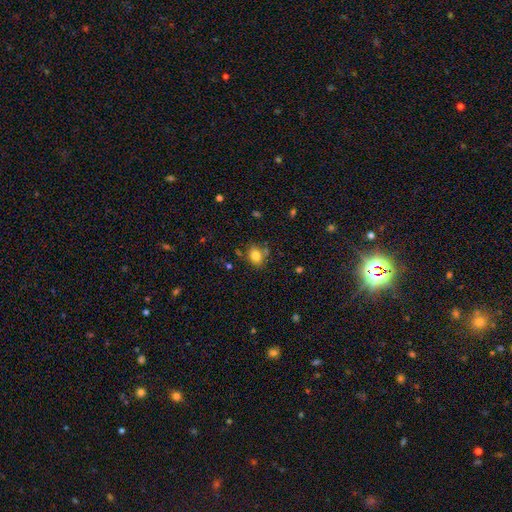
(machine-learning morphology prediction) This appears to be a smooth galaxy with no disk features (80%) that is round (53%). Merging: none (70%).